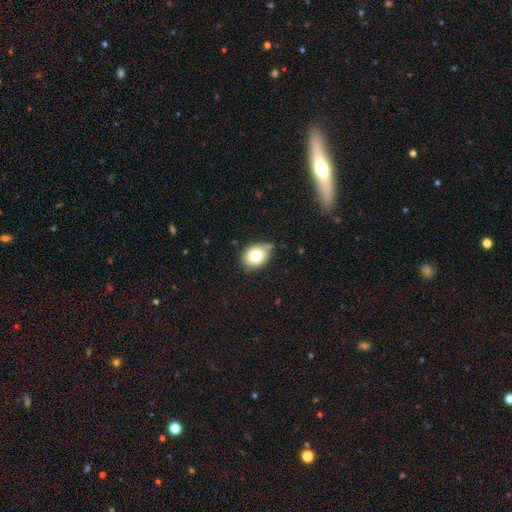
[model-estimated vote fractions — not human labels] smooth_or_featured: smooth (p=0.77) [alt: featured or disk p=0.13]
how_rounded: round (p=0.57) [alt: in between p=0.42]
merging: none (p=0.64) [alt: minor disturbance p=0.26]